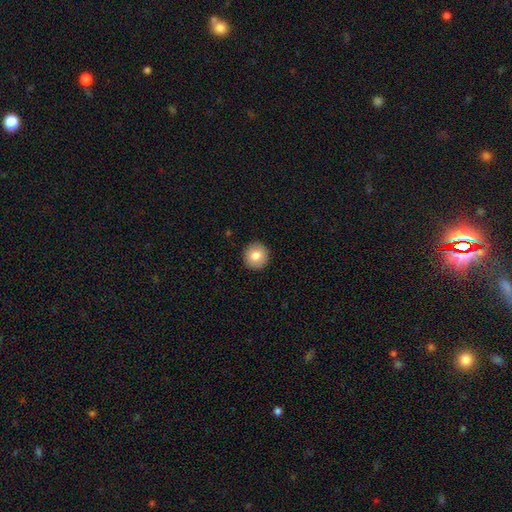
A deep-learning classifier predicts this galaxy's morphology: smooth 82%, featured or disk 10%, star or artifact 8%. Down the decision tree: how rounded — round (95%); merging — none (93%).